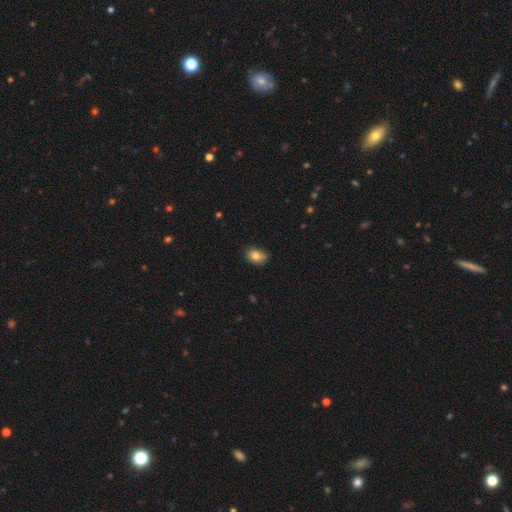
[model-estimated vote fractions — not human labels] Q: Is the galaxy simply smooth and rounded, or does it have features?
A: smooth — 82%.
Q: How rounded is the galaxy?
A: in between — 76%.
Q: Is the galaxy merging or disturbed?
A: none — 81%.